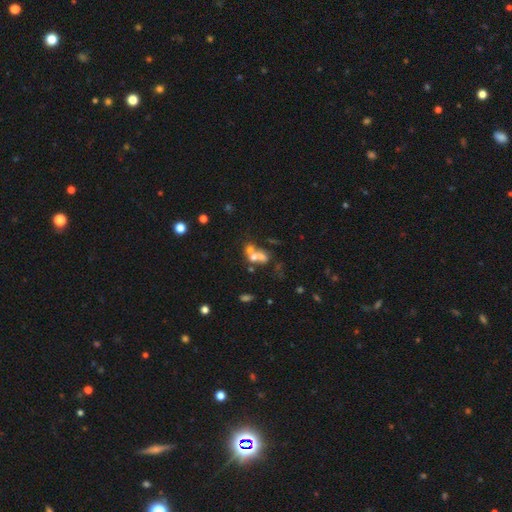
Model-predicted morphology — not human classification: This is possibly a smooth galaxy (50%). How rounded: possibly in between (49%). Merging: likely merger (61%).